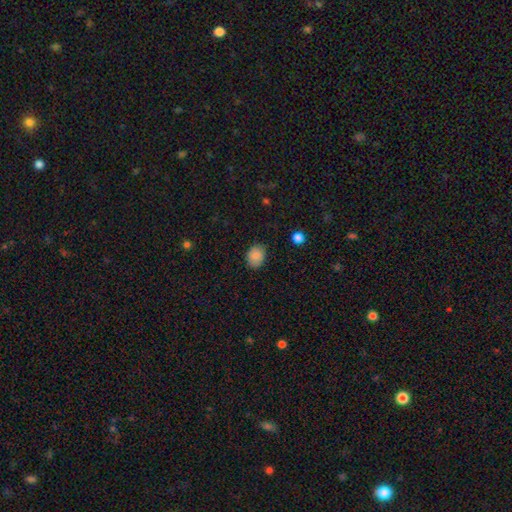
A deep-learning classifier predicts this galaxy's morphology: Q: Smooth or featured?
A: smooth (86%); runner-up: star or artifact (8%)
Q: How rounded?
A: in between (57%); runner-up: round (42%)
Q: Merging?
A: none (81%); runner-up: minor disturbance (15%)